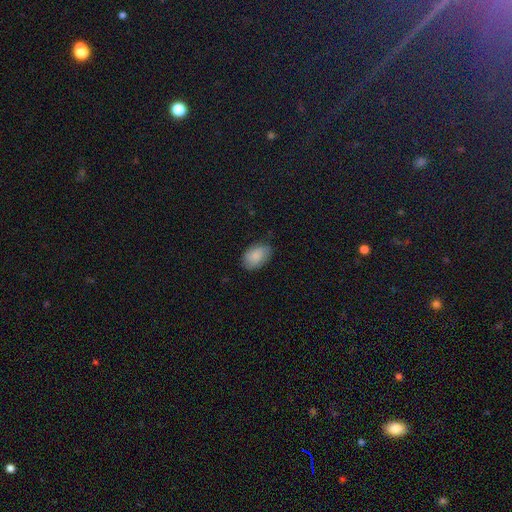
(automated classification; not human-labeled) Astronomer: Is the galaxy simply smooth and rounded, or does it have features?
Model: smooth — 85%.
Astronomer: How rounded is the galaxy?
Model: in between — 89%.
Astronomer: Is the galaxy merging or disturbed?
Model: none — 75%.